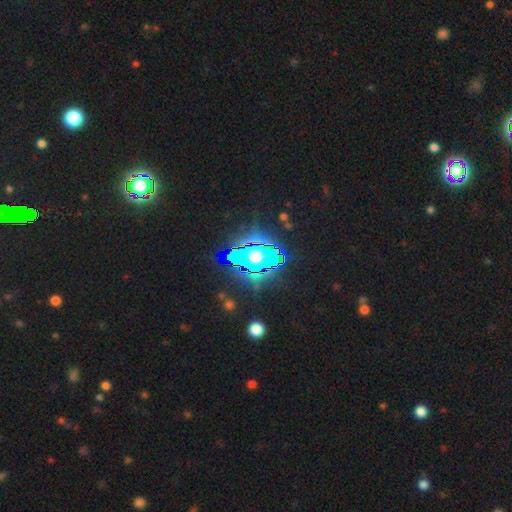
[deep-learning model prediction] This is likely a star or artifact rather than a galaxy (79%).